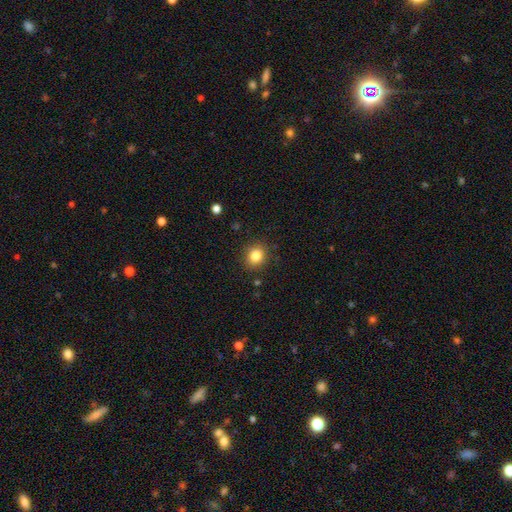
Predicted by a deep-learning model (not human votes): Smooth or featured: smooth — 83% (star or artifact — 11%)
How rounded: round — 76% (in between — 23%)
Merging: none — 88% (minor disturbance — 8%)